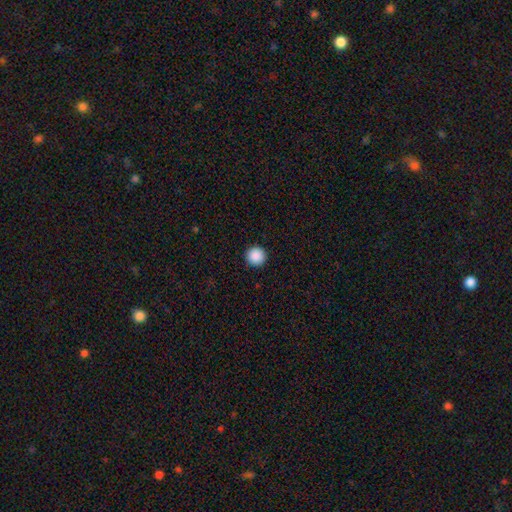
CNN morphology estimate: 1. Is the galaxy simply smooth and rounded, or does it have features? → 89% smooth, 9% star or artifact, 2% featured or disk.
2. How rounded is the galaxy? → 96% round, 3% in between, 1% cigar-shaped.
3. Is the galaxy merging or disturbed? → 93% none, 4% minor disturbance, 1% major disturbance, 1% merger.